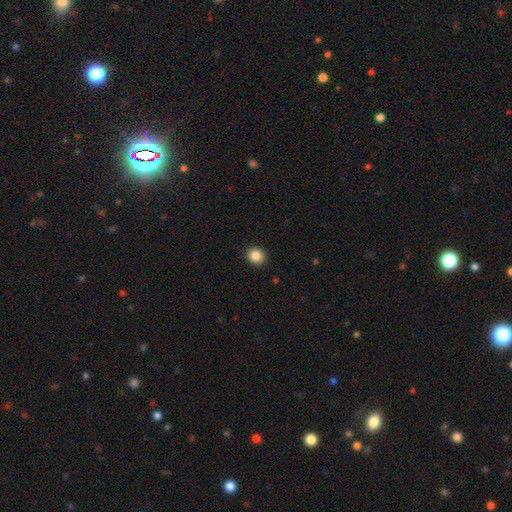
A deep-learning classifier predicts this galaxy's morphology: Smooth or featured: smooth — 87% (star or artifact — 10%)
How rounded: round — 76% (in between — 23%)
Merging: none — 92% (minor disturbance — 5%)